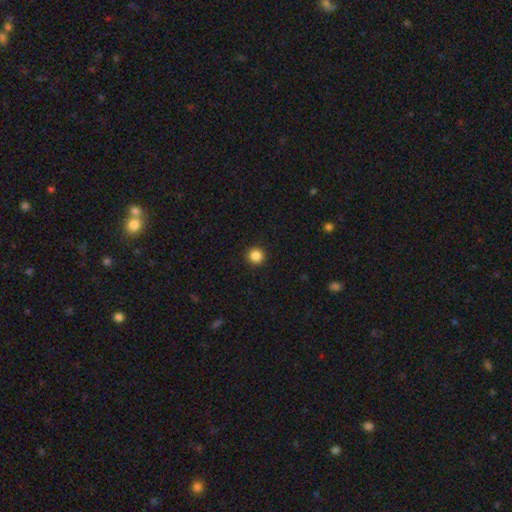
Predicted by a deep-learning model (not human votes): Smooth or featured: smooth — 86% (star or artifact — 11%)
How rounded: round — 95% (in between — 4%)
Merging: none — 93% (minor disturbance — 4%)